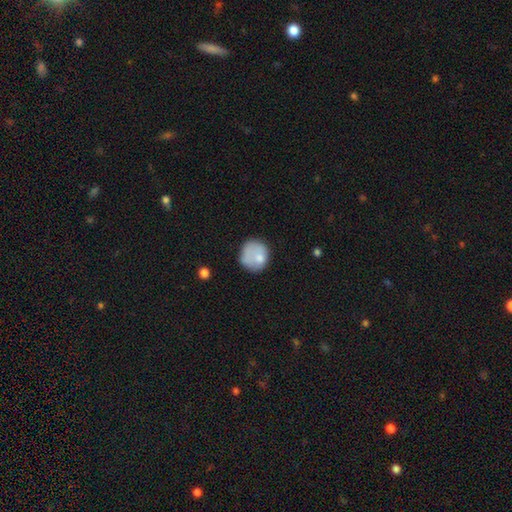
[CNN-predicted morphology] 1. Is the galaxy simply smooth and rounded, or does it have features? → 71% smooth, 21% featured or disk, 8% star or artifact.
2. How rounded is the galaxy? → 80% round, 19% in between, 1% cigar-shaped.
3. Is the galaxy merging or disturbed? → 51% none, 25% minor disturbance, 15% major disturbance, 9% merger.